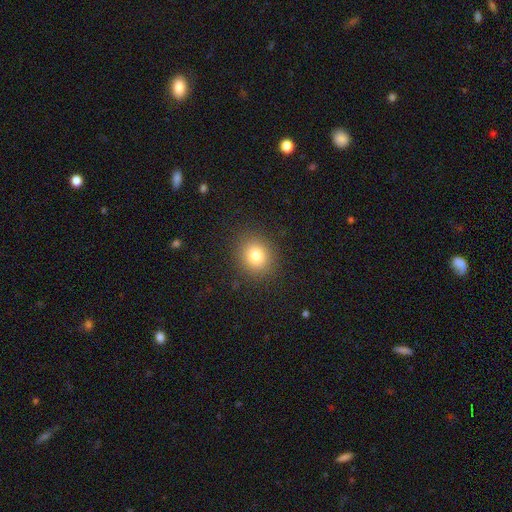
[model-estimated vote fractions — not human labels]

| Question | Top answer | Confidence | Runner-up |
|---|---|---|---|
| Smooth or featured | smooth | 80% | star or artifact (12%) |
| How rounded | round | 79% | in between (20%) |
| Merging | none | 88% | minor disturbance (7%) |